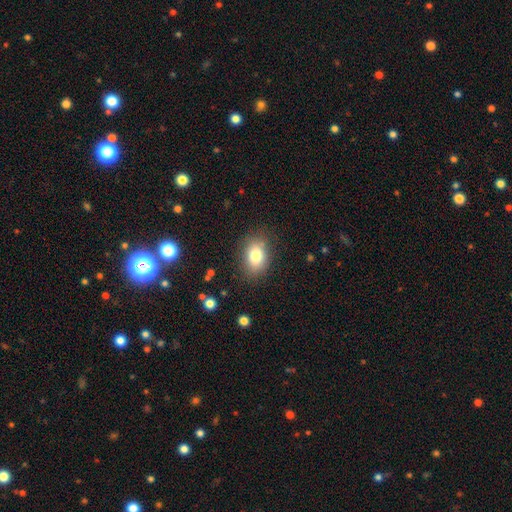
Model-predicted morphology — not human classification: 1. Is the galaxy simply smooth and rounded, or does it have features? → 80% smooth, 11% featured or disk, 9% star or artifact.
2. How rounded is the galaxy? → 77% in between, 22% round, 1% cigar-shaped.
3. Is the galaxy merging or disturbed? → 80% none, 14% minor disturbance, 4% major disturbance, 2% merger.